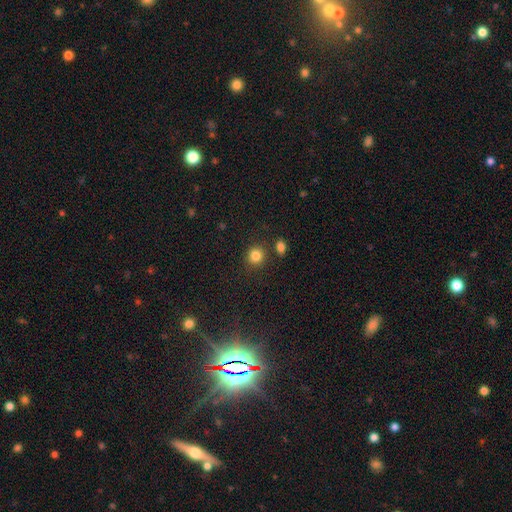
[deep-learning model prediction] Smooth or featured? Predicted: smooth (p=0.84). How rounded? Predicted: round (p=0.86). Merging? Predicted: none (p=0.79).